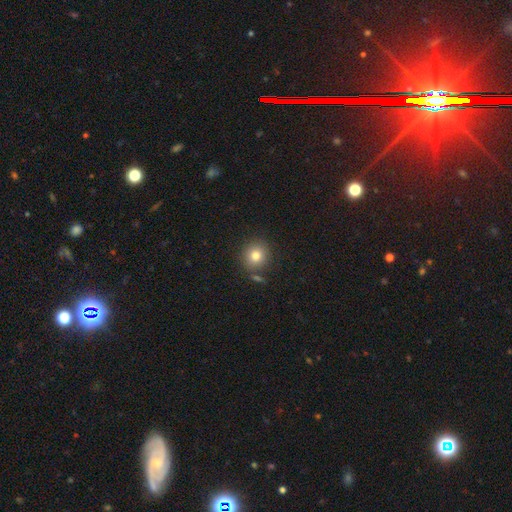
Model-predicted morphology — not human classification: This appears to be a smooth galaxy with no disk features (79%) that is round (87%). Merging: none (80%).